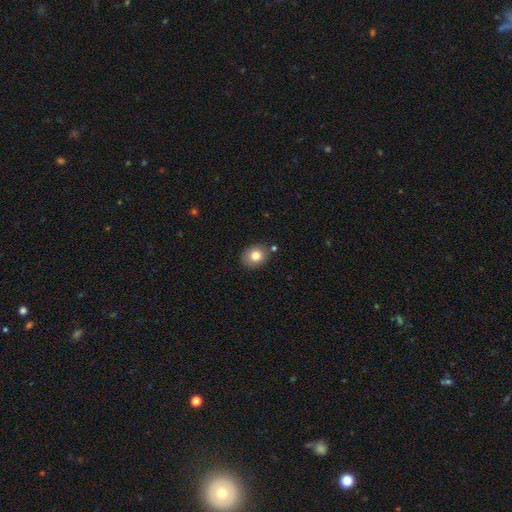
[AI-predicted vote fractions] Smooth or featured: smooth — 81% (featured or disk — 10%)
How rounded: round — 57% (in between — 43%)
Merging: none — 78% (minor disturbance — 13%)